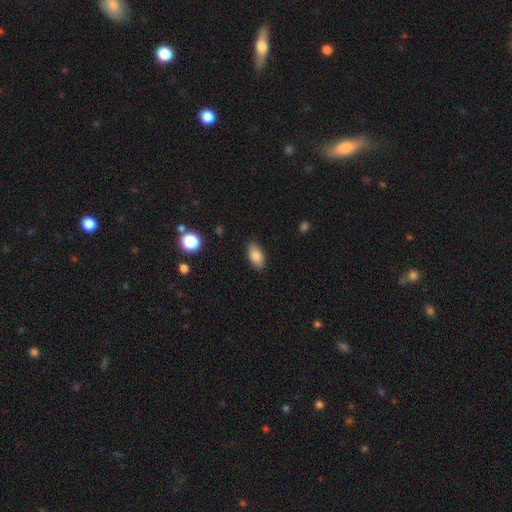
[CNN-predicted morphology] Smooth or featured: smooth — 84% (featured or disk — 9%)
How rounded: in between — 91% (cigar-shaped — 5%)
Merging: none — 87% (minor disturbance — 10%)